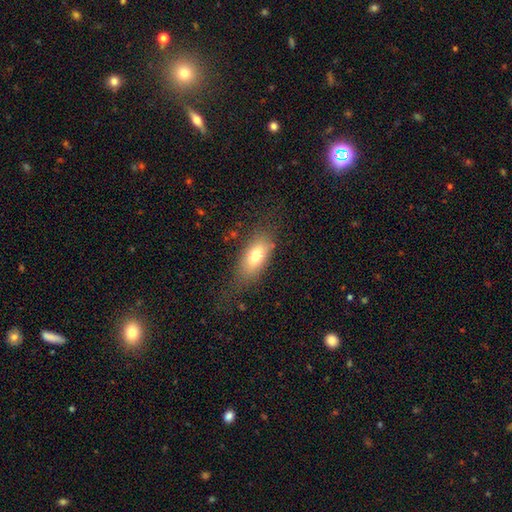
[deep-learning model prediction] Smooth or featured? smooth (73%)
How rounded? in between (84%)
Merging? none (67%)